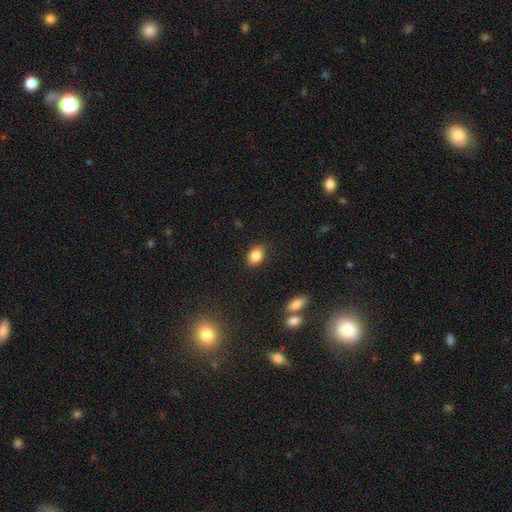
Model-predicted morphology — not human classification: Smooth or featured?
  - smooth: 85% *
  - star or artifact: 8%
  - featured or disk: 6%
How rounded?
  - in between: 81% *
  - round: 18%
  - cigar-shaped: 1%
Merging?
  - none: 85% *
  - minor disturbance: 10%
  - major disturbance: 3%
  - merger: 2%